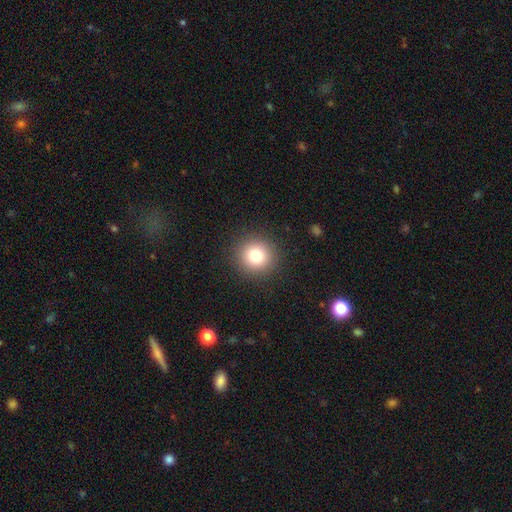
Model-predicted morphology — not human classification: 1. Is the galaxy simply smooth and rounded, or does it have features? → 80% smooth, 12% star or artifact, 8% featured or disk.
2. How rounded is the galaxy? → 93% round, 6% in between, 1% cigar-shaped.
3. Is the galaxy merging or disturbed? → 91% none, 5% minor disturbance, 2% major disturbance, 1% merger.